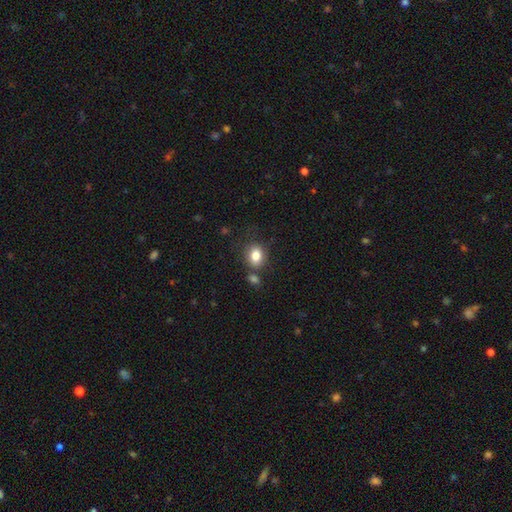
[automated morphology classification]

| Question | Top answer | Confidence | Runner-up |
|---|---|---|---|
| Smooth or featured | smooth | 82% | star or artifact (10%) |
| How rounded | round | 52% | in between (47%) |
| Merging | none | 69% | merger (13%) |